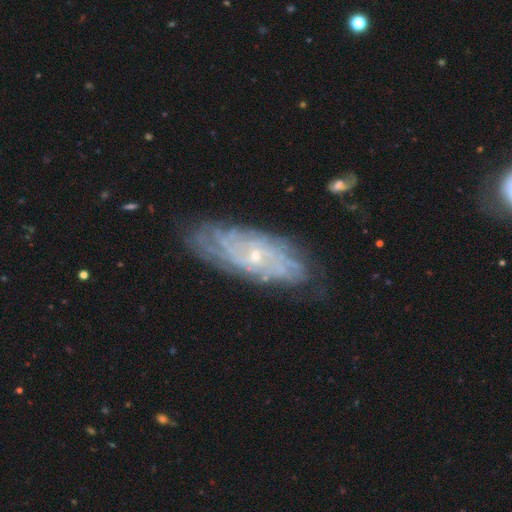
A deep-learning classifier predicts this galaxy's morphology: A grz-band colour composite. It shows a featured or disk galaxy (82%) with no bar (74%), tight (74%) spiral arms (93%) and a small central bulge (79%). Merging: none (78%).